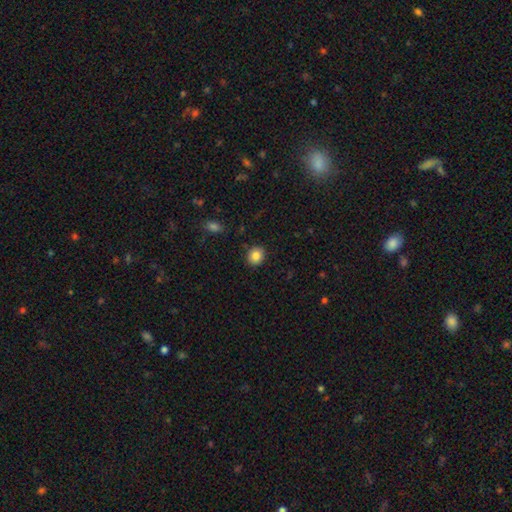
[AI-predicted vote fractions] A smooth galaxy with no disk features (86%) that is round (78%). Merging: none (90%).